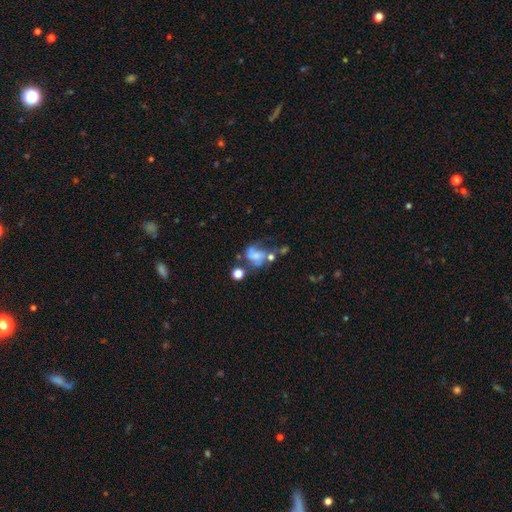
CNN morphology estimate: smooth_or_featured: featured or disk (p=0.53) [alt: smooth p=0.33]
disk_edge_on: no (p=0.98) [alt: yes p=0.02]
bar: no (p=0.66) [alt: weak p=0.26]
has_spiral_arms: yes (p=0.65) [alt: no p=0.35]
bulge_size: small (p=0.35) [alt: none p=0.32]
merging: major disturbance (p=0.31) [alt: none p=0.27]